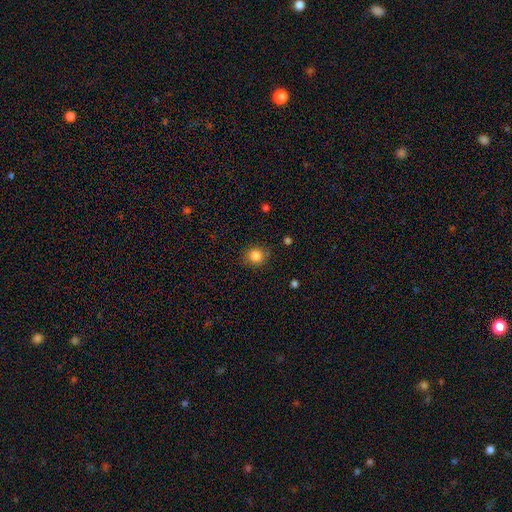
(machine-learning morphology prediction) smooth 85%, star or artifact 11%, featured or disk 5%. Down the decision tree: how rounded — round (88%); merging — none (85%).